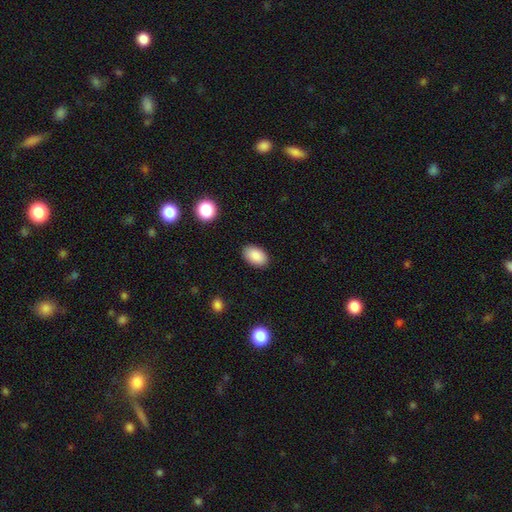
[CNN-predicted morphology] smooth 89%, star or artifact 7%, featured or disk 4%. Down the decision tree: how rounded — in between (92%); merging — none (88%).